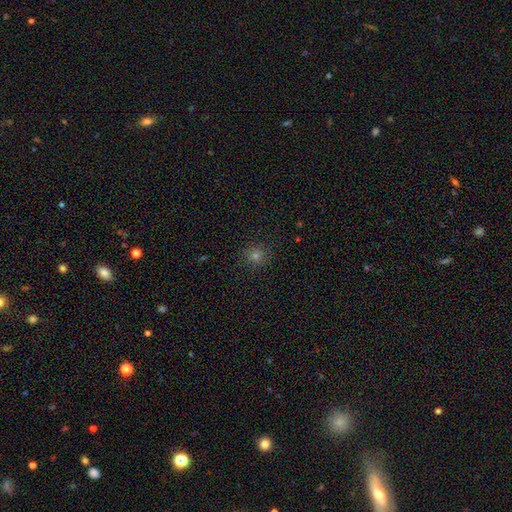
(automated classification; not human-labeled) Smooth or featured? Predicted: smooth (p=0.68). How rounded? Predicted: round (p=0.92). Merging? Predicted: none (p=0.89).